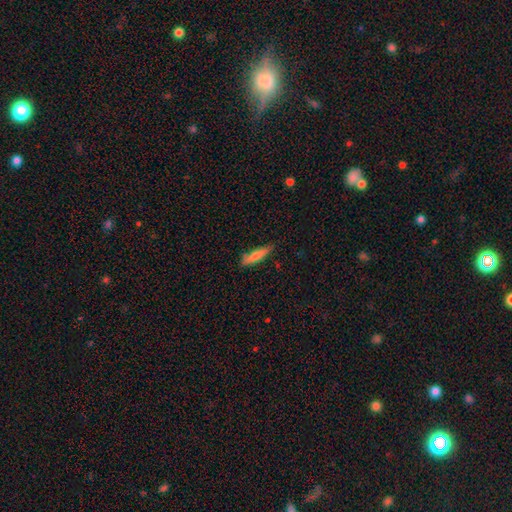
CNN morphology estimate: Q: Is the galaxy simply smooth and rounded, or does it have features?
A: smooth — 71%.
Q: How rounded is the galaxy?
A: cigar-shaped — 82%.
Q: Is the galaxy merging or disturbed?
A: none — 81%.